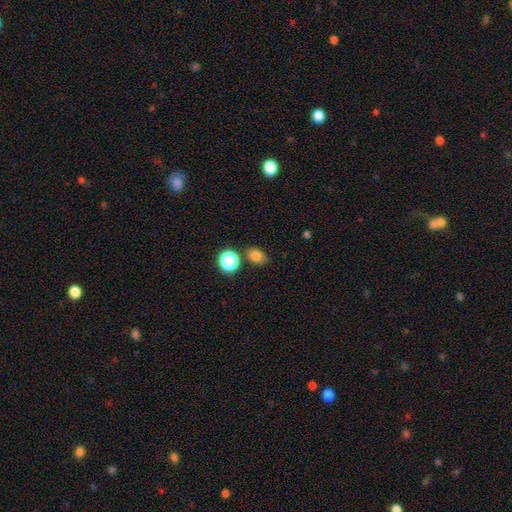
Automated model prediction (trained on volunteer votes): Overall: smooth (80%). How rounded: in between (57%; round 42%). Merging: none (73%).